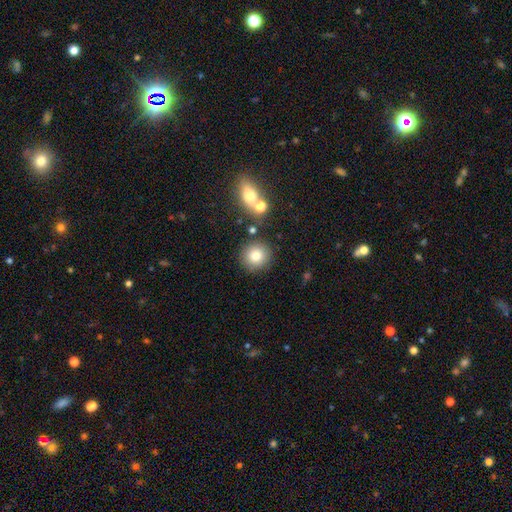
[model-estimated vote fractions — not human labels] This appears to be a smooth galaxy with no disk features (80%) that is round (93%). Merging: none (82%).